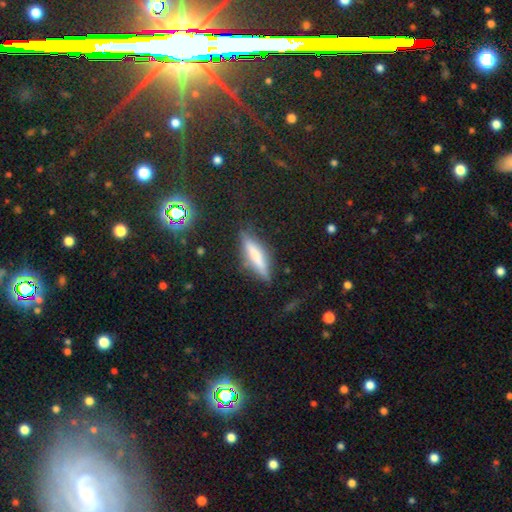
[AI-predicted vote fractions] Q: Smooth or featured?
A: smooth (51%); runner-up: featured or disk (40%)
Q: How rounded?
A: cigar-shaped (79%); runner-up: in between (19%)
Q: Merging?
A: none (79%); runner-up: minor disturbance (14%)